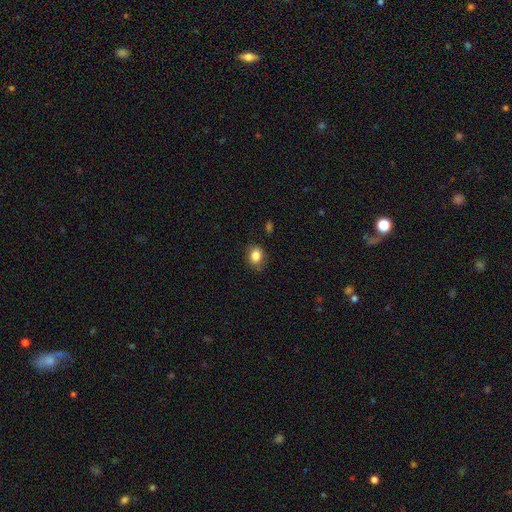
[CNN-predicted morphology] smooth-or-featured: smooth: 84% | star or artifact: 10% | featured or disk: 6%
  how-rounded: round: 53% | in between: 46% | cigar-shaped: 1%
  merging: none: 82% | minor disturbance: 14% | major disturbance: 3% | merger: 1%